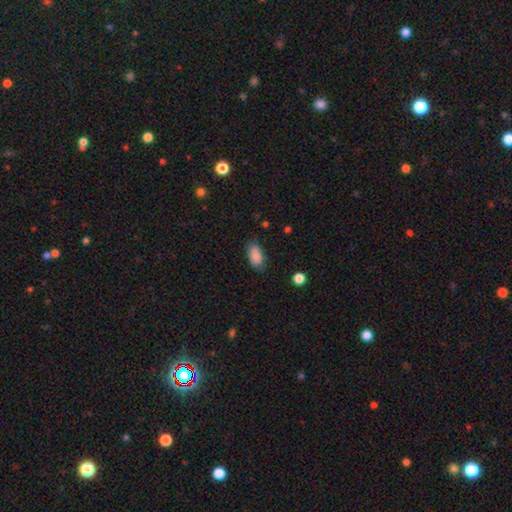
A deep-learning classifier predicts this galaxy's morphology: smooth_or_featured: smooth (p=0.87) [alt: star or artifact p=0.07]
how_rounded: in between (p=0.92) [alt: cigar-shaped p=0.05]
merging: none (p=0.80) [alt: minor disturbance p=0.15]